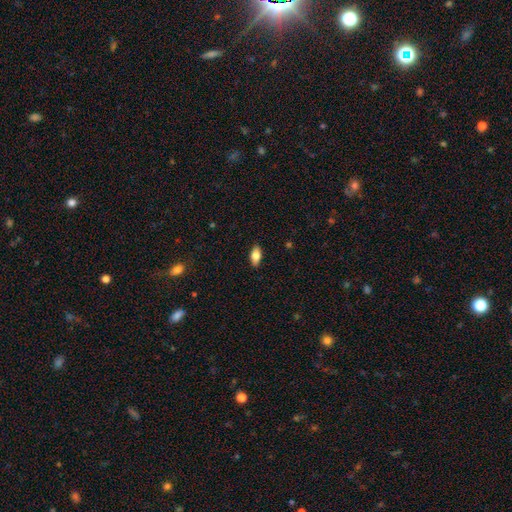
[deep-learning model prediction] Smooth or featured?
  - smooth: 77% *
  - featured or disk: 16%
  - star or artifact: 7%
How rounded?
  - in between: 89% *
  - cigar-shaped: 7%
  - round: 4%
Merging?
  - none: 89% *
  - minor disturbance: 8%
  - major disturbance: 2%
  - merger: 1%